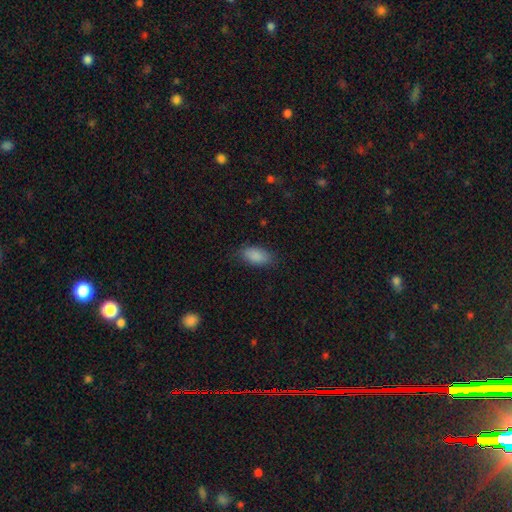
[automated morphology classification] type=smooth (88%); roundness=in between (91%); merging=none (80%).